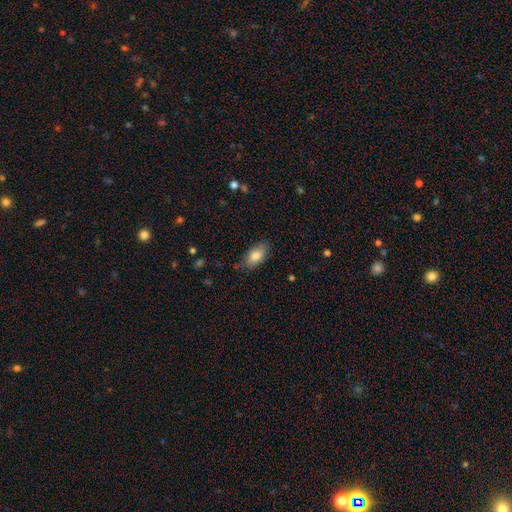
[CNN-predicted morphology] type=smooth (82%); roundness=in between (91%); merging=none (76%).